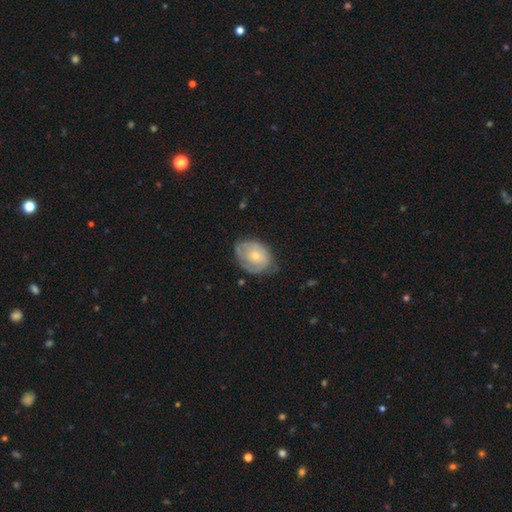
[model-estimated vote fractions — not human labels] Smooth or featured? featured or disk (51%)
Edge-on disk? no (96%)
Merging? none (55%)